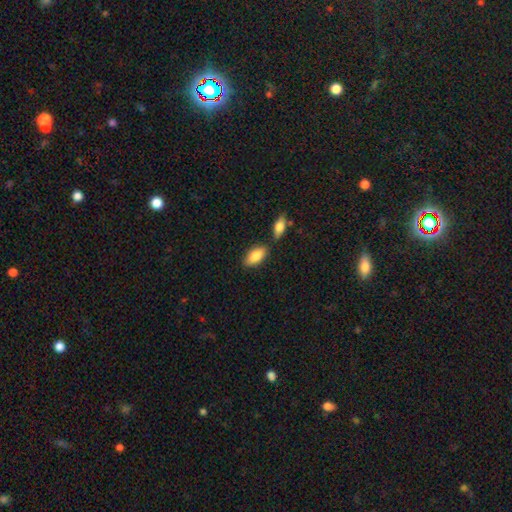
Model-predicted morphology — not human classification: smooth-or-featured: smooth: 83% | featured or disk: 11% | star or artifact: 6%
  how-rounded: in between: 90% | cigar-shaped: 8% | round: 3%
  merging: none: 72% | merger: 13% | minor disturbance: 12% | major disturbance: 3%